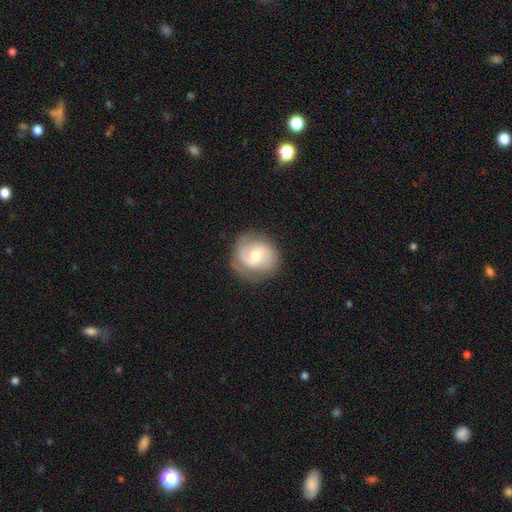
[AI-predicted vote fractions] Smooth or featured?
  - featured or disk: 70% *
  - smooth: 25%
  - star or artifact: 6%
Edge-on disk?
  - no: 98% *
  - yes: 2%
Bar?
  - weak: 46% *
  - no: 44%
  - strong: 10%
Spiral arms?
  - yes: 89% *
  - no: 11%
Spiral winding?
  - medium: 43% *
  - tight: 41%
  - loose: 16%
Spiral arm count?
  - 2: 77% *
  - can't tell: 12%
  - 1: 6%
  - 3: 3%
  - 4: 1%
  - more than 4: 1%
Bulge size?
  - moderate: 63% *
  - small: 29%
  - large: 5%
  - none: 1%
  - dominant: 1%
Merging?
  - none: 78% *
  - minor disturbance: 15%
  - major disturbance: 6%
  - merger: 1%